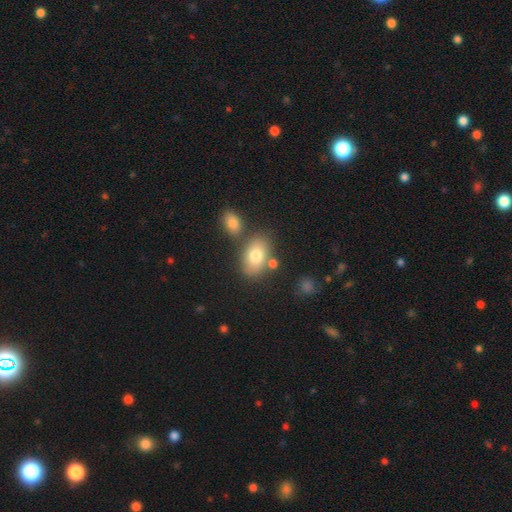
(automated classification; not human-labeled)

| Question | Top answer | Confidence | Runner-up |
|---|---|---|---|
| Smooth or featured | smooth | 75% | featured or disk (16%) |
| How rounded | in between | 85% | round (14%) |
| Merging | none | 67% | merger (16%) |